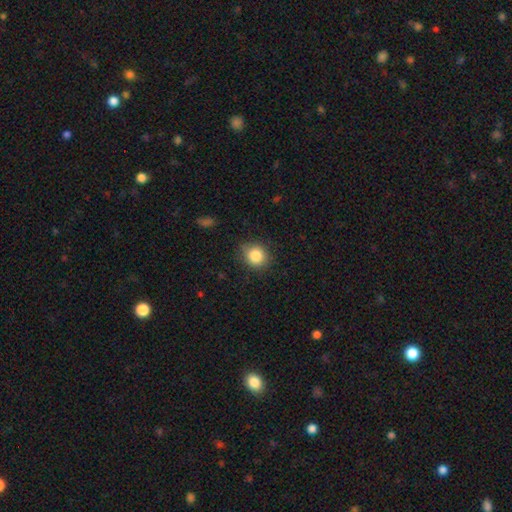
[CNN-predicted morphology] Smooth or featured?
  - smooth: 84% *
  - star or artifact: 10%
  - featured or disk: 6%
How rounded?
  - round: 83% *
  - in between: 16%
  - cigar-shaped: 1%
Merging?
  - none: 83% *
  - minor disturbance: 13%
  - major disturbance: 3%
  - merger: 1%